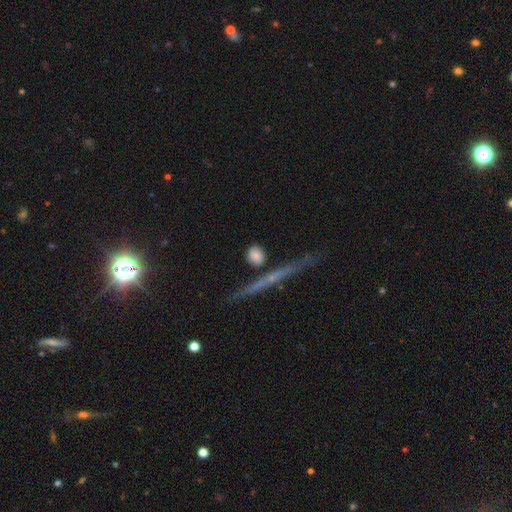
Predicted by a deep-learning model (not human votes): This appears to be a smooth galaxy with no disk features (75%) that is round (76%). Merging: none (73%).